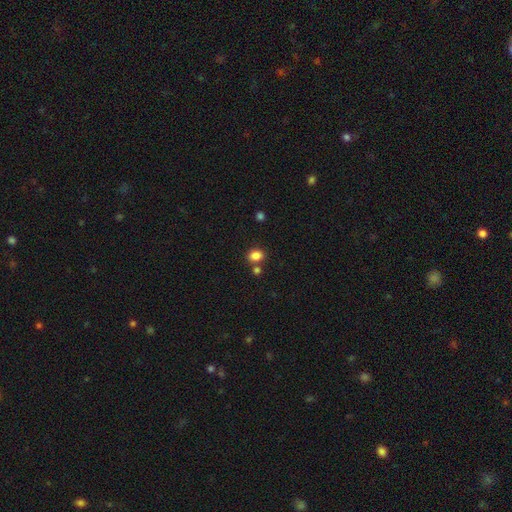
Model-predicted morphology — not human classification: Smooth or featured?
  - smooth: 85% *
  - star or artifact: 11%
  - featured or disk: 5%
How rounded?
  - in between: 55% *
  - round: 44%
  - cigar-shaped: 1%
Merging?
  - none: 71% *
  - merger: 15%
  - minor disturbance: 10%
  - major disturbance: 3%